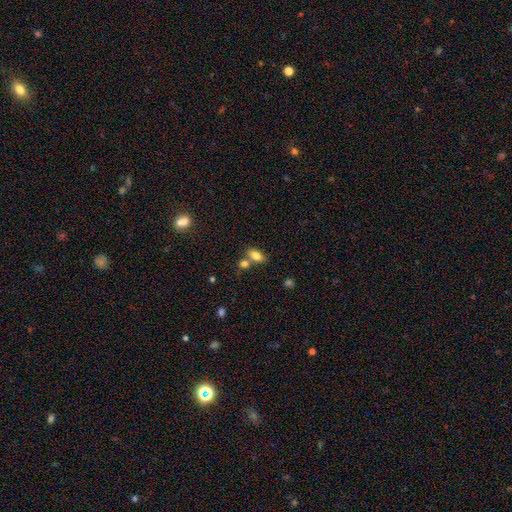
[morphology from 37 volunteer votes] Smooth or featured? 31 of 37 (84%) said smooth. How rounded? 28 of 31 (90%) said in between. Merging? 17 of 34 (50%, tied with merger) said none.